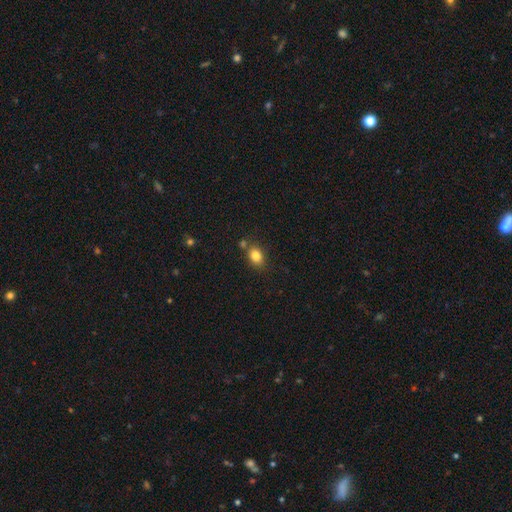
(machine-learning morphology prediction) Smooth or featured? Predicted: smooth (p=0.83). How rounded? Predicted: in between (p=0.60). Merging? Predicted: none (p=0.71).